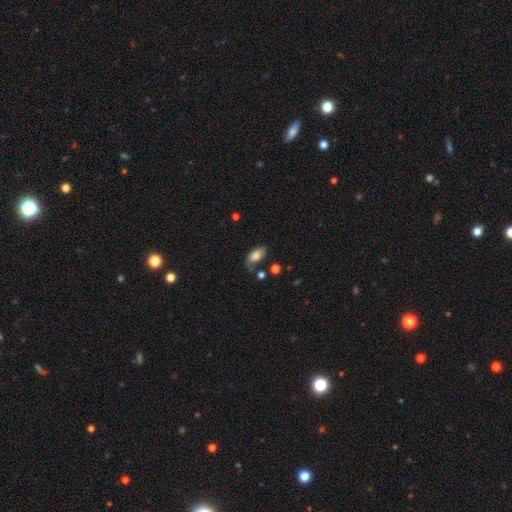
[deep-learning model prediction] smooth-or-featured: smooth: 76% | featured or disk: 16% | star or artifact: 8%
  how-rounded: in between: 92% | round: 4% | cigar-shaped: 4%
  merging: none: 59% | minor disturbance: 26% | major disturbance: 9% | merger: 6%